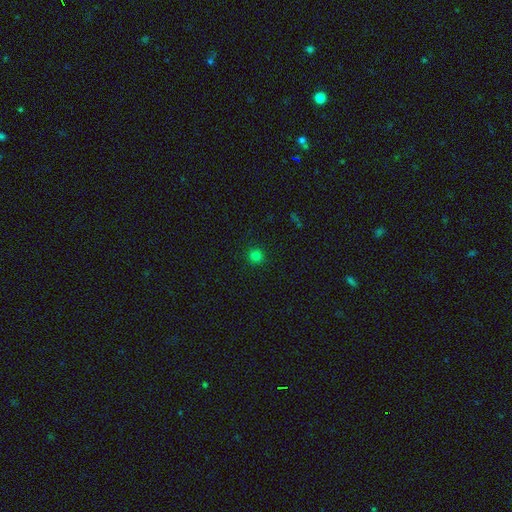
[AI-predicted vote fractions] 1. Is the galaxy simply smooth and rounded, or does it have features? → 80% smooth, 16% star or artifact, 4% featured or disk.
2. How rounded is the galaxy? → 93% round, 6% in between, 1% cigar-shaped.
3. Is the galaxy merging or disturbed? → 91% none, 5% minor disturbance, 2% major disturbance, 1% merger.